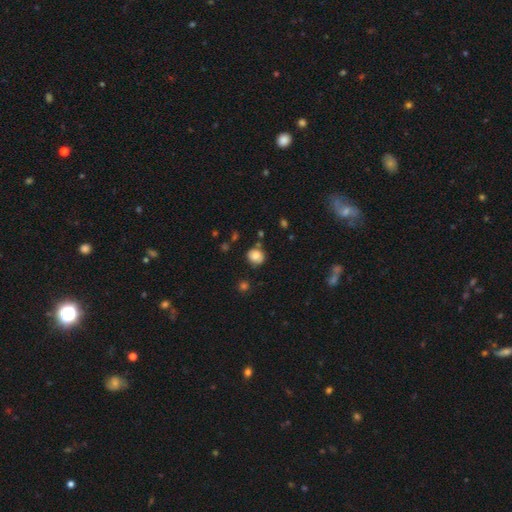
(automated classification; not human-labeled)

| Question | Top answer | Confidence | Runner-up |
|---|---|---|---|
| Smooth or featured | smooth | 79% | star or artifact (10%) |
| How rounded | round | 77% | in between (22%) |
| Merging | none | 71% | minor disturbance (19%) |